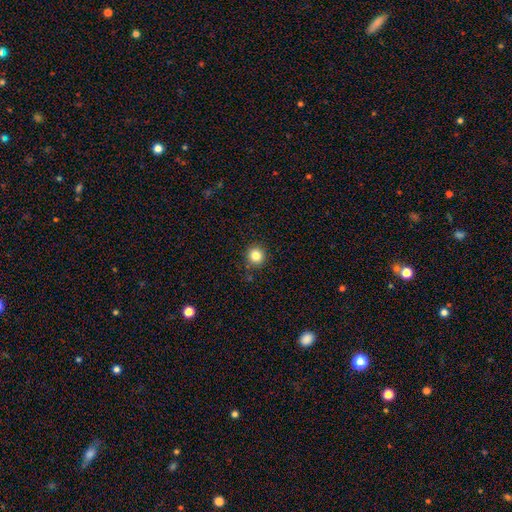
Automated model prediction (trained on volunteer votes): The model was most divided on "smooth or featured": smooth: 83%, star or artifact: 12%, featured or disk: 5%. More confident: how rounded — round (94%); merging — none (90%).